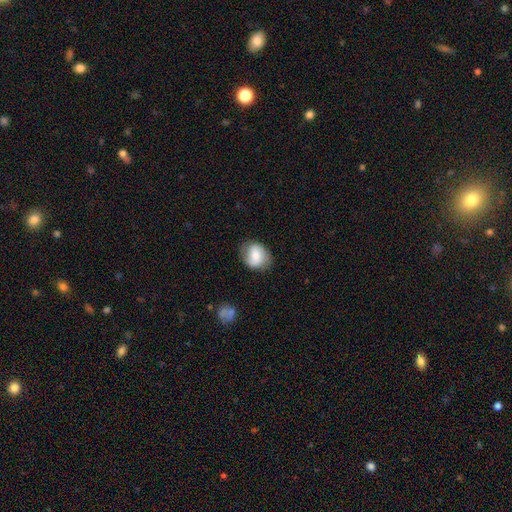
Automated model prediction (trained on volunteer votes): Smooth or featured? Predicted: smooth (p=0.67). How rounded? Predicted: round (p=0.57). Merging? Predicted: none (p=0.75).